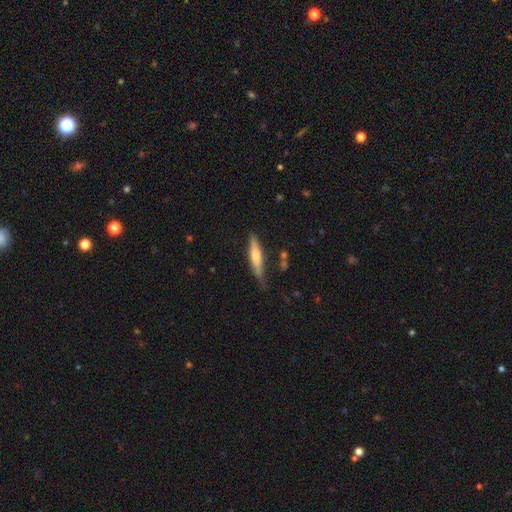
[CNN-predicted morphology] A smooth galaxy with no disk features (52%) that is cigar-shaped (79%).

Vote fractions:
- Smooth or featured? smooth: 52% / featured or disk: 42% / star or artifact: 6%
- How rounded? cigar-shaped: 79% / in between: 19% / round: 2%
- Merging? none: 67% / minor disturbance: 25% / major disturbance: 6% / merger: 3%